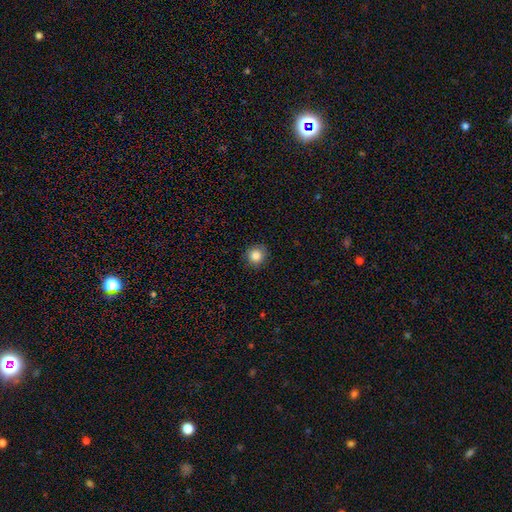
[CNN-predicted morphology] Q: Smooth or featured?
A: smooth (85%); runner-up: star or artifact (10%)
Q: How rounded?
A: round (91%); runner-up: in between (8%)
Q: Merging?
A: none (89%); runner-up: minor disturbance (8%)